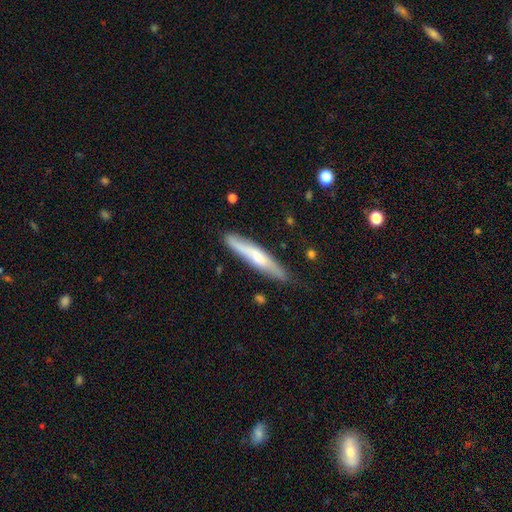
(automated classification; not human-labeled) The model was most divided on "smooth or featured": smooth: 56%, featured or disk: 39%, star or artifact: 5%. More confident: how rounded — cigar-shaped (88%); merging — none (78%).